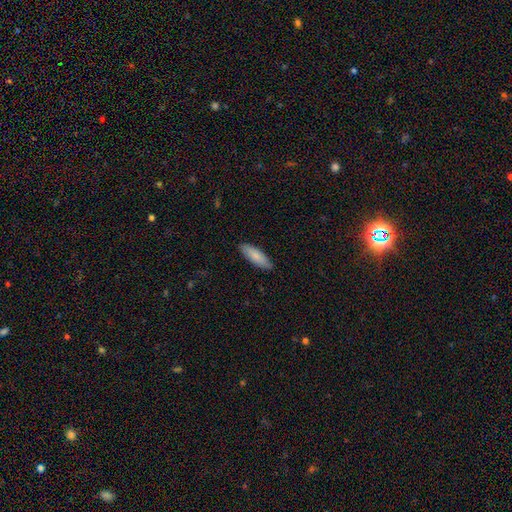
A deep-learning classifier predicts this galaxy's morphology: Smooth or featured: smooth — 83% (featured or disk — 12%)
How rounded: in between — 55% (cigar-shaped — 44%)
Merging: none — 86% (minor disturbance — 11%)